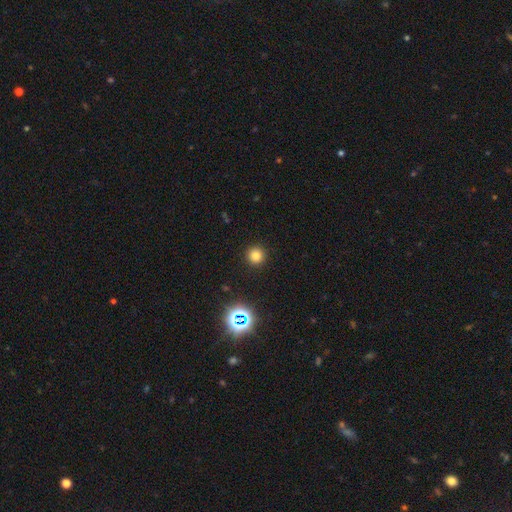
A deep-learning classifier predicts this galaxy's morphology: A smooth galaxy with no disk features (77%) that is round (96%).

Vote fractions:
- Smooth or featured? smooth: 77% / star or artifact: 18% / featured or disk: 5%
- How rounded? round: 96% / in between: 3% / cigar-shaped: 1%
- Merging? none: 93% / minor disturbance: 4% / major disturbance: 2% / merger: 1%